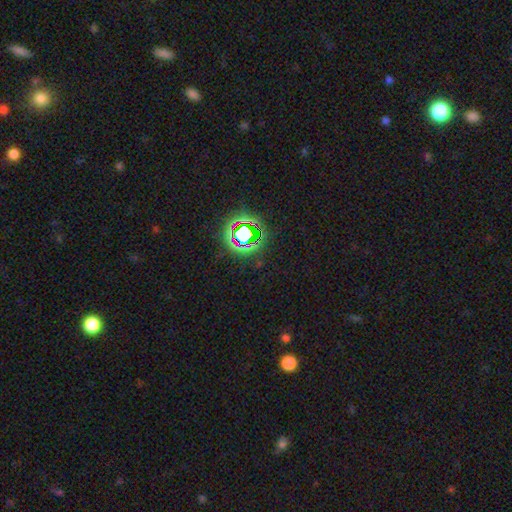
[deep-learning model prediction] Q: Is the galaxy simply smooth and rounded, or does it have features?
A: star or artifact — 77%.